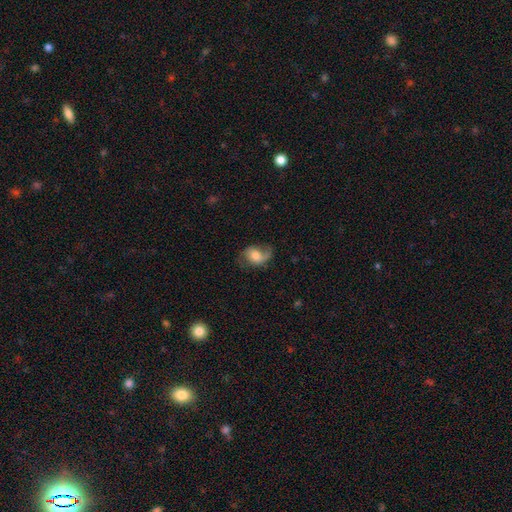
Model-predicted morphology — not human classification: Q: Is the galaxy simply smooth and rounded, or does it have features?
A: featured or disk — 49%.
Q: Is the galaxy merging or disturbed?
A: none — 53%.